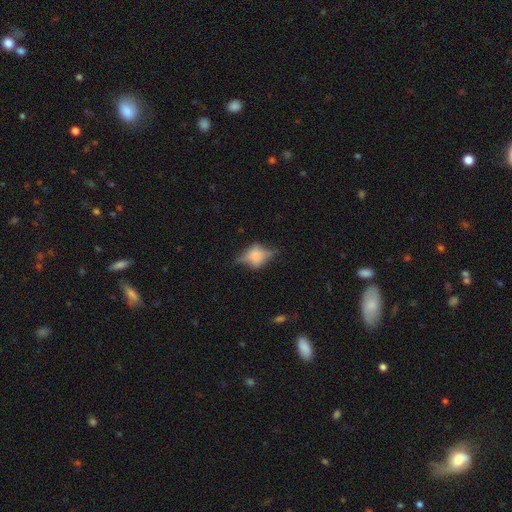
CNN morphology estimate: smooth_or_featured: featured or disk (p=0.47) [alt: smooth p=0.40]
merging: none (p=0.56) [alt: minor disturbance p=0.27]